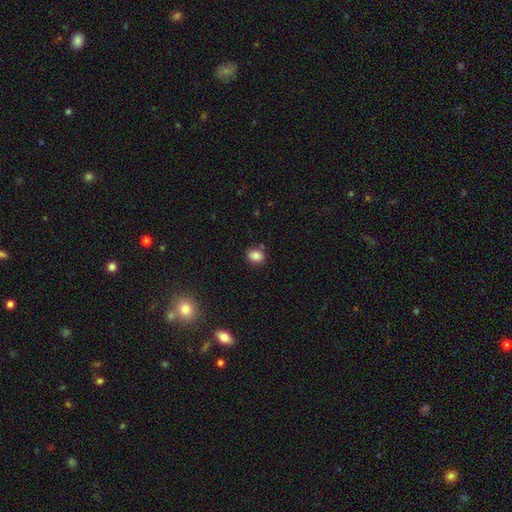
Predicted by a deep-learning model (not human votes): smooth_or_featured: smooth (p=0.84) [alt: star or artifact p=0.10]
how_rounded: in between (p=0.51) [alt: round p=0.48]
merging: none (p=0.81) [alt: minor disturbance p=0.11]